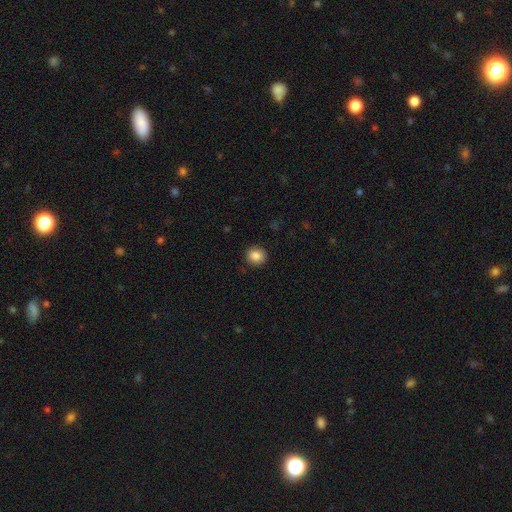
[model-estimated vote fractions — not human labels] Morphology: type=smooth (87%); roundness=round (84%); merging=none (90%).